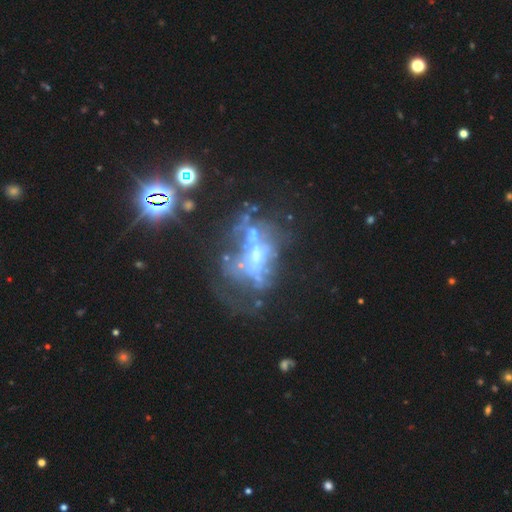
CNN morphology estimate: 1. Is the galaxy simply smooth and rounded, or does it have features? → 64% featured or disk, 20% star or artifact, 16% smooth.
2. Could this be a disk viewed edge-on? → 95% no, 5% yes.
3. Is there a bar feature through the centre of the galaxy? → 74% no, 17% weak, 9% strong.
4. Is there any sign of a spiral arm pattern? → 84% no, 16% yes.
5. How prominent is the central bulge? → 35% moderate, 31% small, 26% none, 6% large, 2% dominant.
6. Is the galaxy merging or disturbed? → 38% major disturbance, 29% none, 19% merger, 14% minor disturbance.